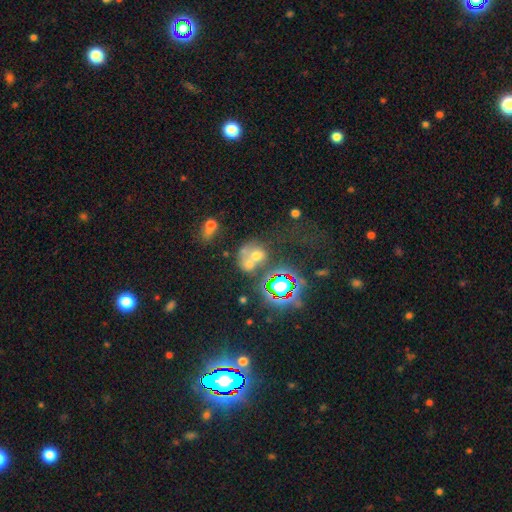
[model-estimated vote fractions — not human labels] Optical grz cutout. It shows a smooth galaxy with no disk features (50%) that is round (63%). Merging: merger (58%).